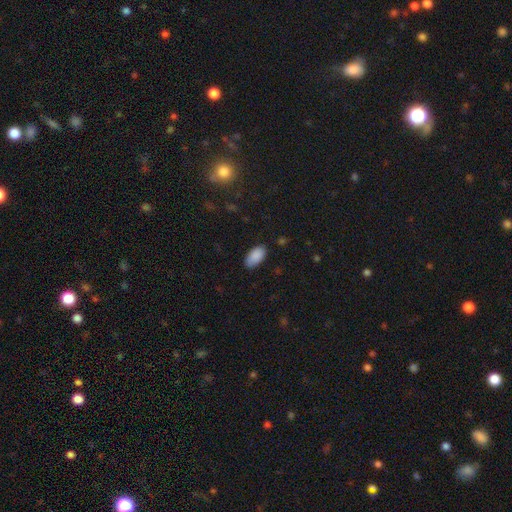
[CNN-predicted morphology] Smooth or featured?
  - smooth: 89% *
  - star or artifact: 7%
  - featured or disk: 4%
How rounded?
  - in between: 95% *
  - round: 3%
  - cigar-shaped: 2%
Merging?
  - none: 83% *
  - minor disturbance: 13%
  - major disturbance: 3%
  - merger: 1%